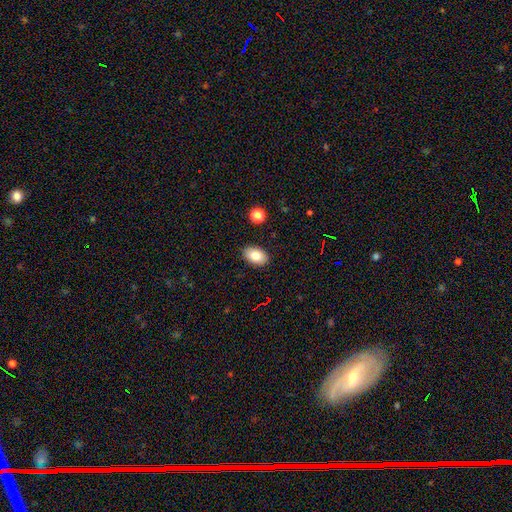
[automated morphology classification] The model was most divided on "smooth or featured": smooth: 81%, featured or disk: 11%, star or artifact: 8%. More confident: merging — none (88%); how rounded — in between (88%).